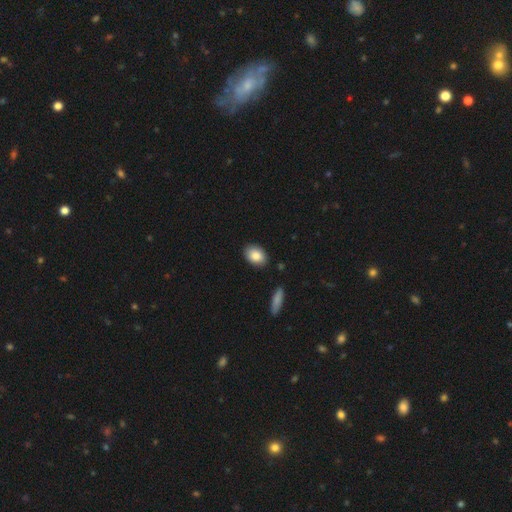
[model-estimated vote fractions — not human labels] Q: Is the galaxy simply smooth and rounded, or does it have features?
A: smooth — 86%.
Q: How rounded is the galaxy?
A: in between — 83%.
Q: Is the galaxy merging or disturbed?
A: none — 87%.